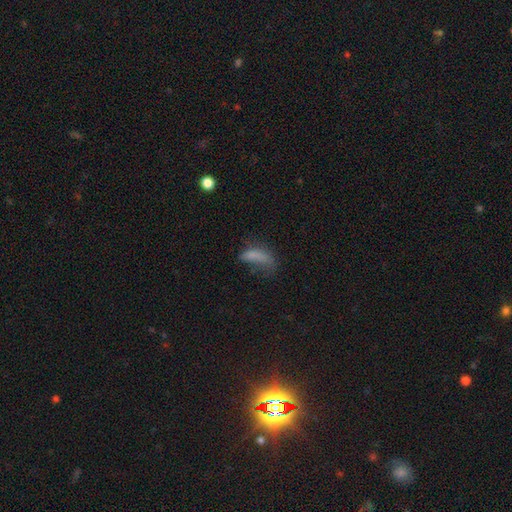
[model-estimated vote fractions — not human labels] A smooth galaxy with no disk features (69%) that is in between round and cigar-shaped (68%). Merging: major disturbance (46%).